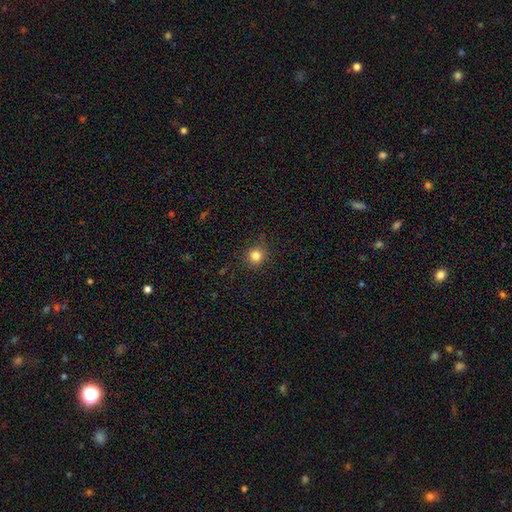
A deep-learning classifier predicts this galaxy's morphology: A smooth galaxy with no disk features (82%) that is round (90%).

Vote fractions:
- Smooth or featured? smooth: 82% / star or artifact: 13% / featured or disk: 5%
- How rounded? round: 90% / in between: 9% / cigar-shaped: 1%
- Merging? none: 88% / minor disturbance: 9% / major disturbance: 2% / merger: 1%